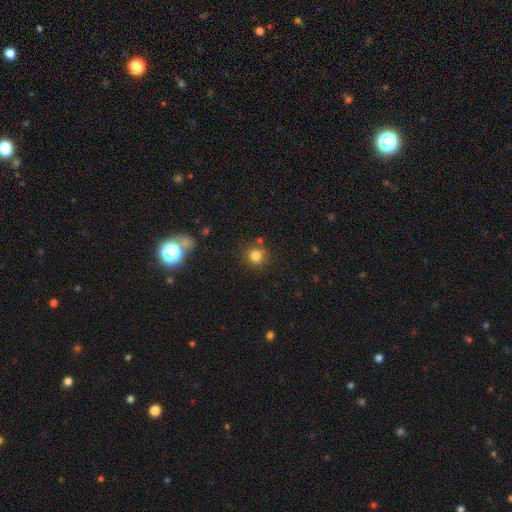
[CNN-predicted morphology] smooth_or_featured: smooth (p=0.80) [alt: star or artifact p=0.13]
how_rounded: round (p=0.90) [alt: in between p=0.09]
merging: none (p=0.78) [alt: minor disturbance p=0.10]